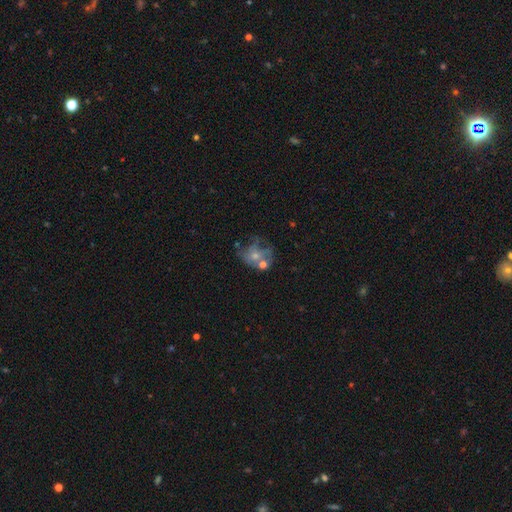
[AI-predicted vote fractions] smooth-or-featured: featured or disk: 44% (tied) | smooth: 44% (tied) | star or artifact: 12%
  merging: none: 29% | major disturbance: 26% | merger: 25% | minor disturbance: 20%